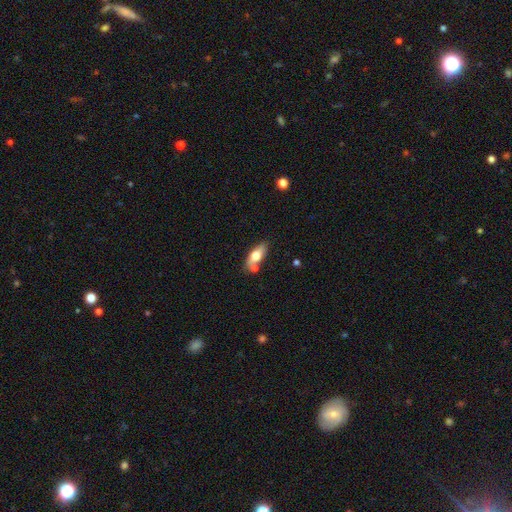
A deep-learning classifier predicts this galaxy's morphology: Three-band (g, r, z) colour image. It shows a smooth galaxy with no disk features (65%) that is in between round and cigar-shaped (78%). Merging: none (66%).